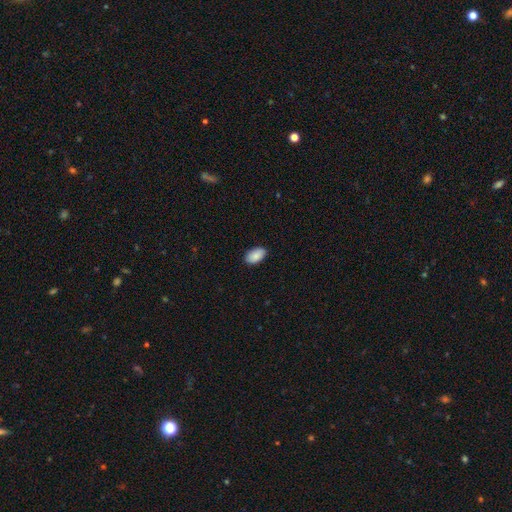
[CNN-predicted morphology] A smooth galaxy with no disk features (88%) that is in between round and cigar-shaped (95%).

Vote fractions:
- Smooth or featured? smooth: 88% / star or artifact: 7% / featured or disk: 6%
- How rounded? in between: 95% / round: 4% / cigar-shaped: 1%
- Merging? none: 88% / minor disturbance: 10% / major disturbance: 2% / merger: 1%